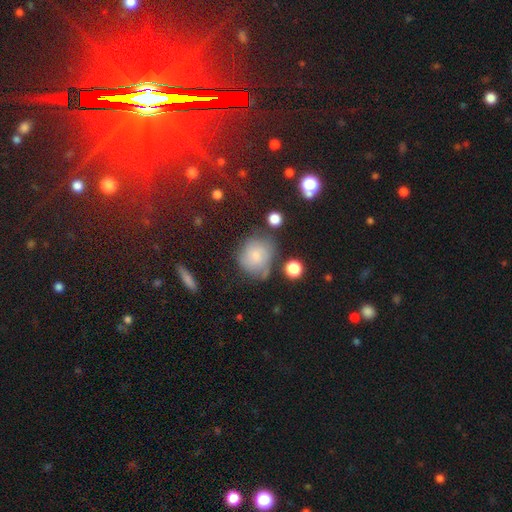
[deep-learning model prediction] Smooth or featured?
  - smooth: 67% *
  - featured or disk: 21%
  - star or artifact: 11%
How rounded?
  - round: 73% *
  - in between: 26%
  - cigar-shaped: 1%
Merging?
  - none: 50% *
  - minor disturbance: 28%
  - major disturbance: 15%
  - merger: 8%